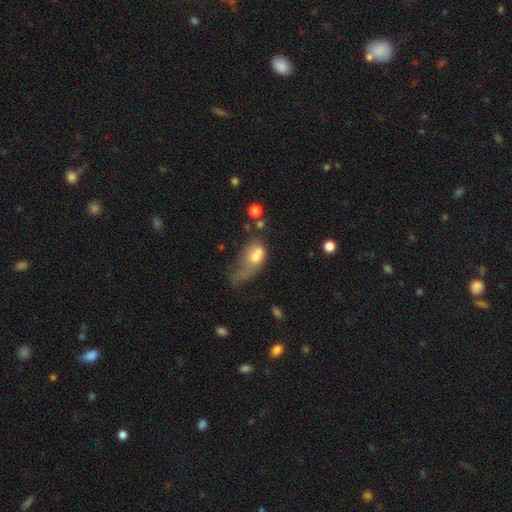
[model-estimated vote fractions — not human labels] Smooth or featured: smooth — 62% (featured or disk — 28%)
How rounded: in between — 80% (round — 15%)
Merging: major disturbance — 51% (minor disturbance — 18%)